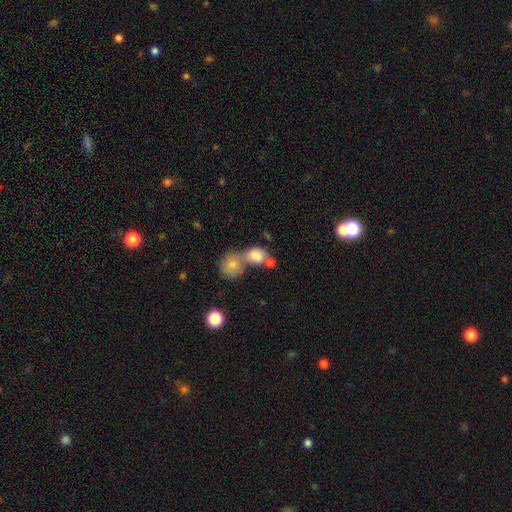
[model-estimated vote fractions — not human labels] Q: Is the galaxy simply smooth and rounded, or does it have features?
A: smooth — 79%.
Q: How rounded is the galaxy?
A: in between — 60%.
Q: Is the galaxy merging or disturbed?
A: merger — 60%.